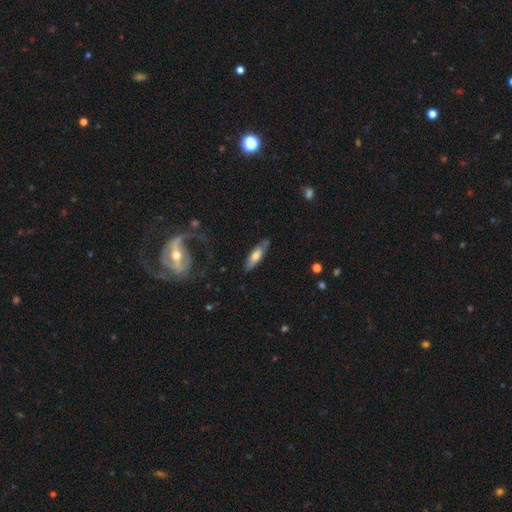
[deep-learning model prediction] smooth 56%, featured or disk 37%, star or artifact 6%. Down the decision tree: how rounded — cigar-shaped (53%); merging — none (73%).